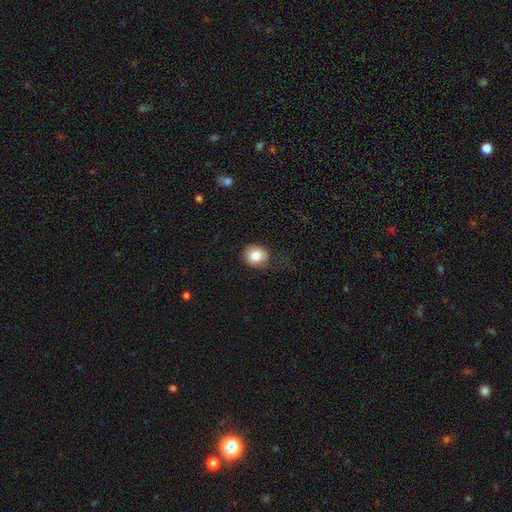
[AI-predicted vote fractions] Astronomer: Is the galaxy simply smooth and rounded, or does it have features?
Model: smooth — 82%.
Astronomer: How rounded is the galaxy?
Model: round — 78%.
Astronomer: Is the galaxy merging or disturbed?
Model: none — 75%.